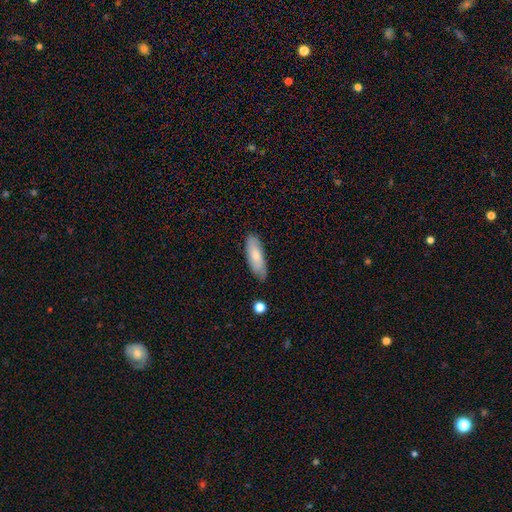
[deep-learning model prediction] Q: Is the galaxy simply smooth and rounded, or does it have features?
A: smooth — 73%.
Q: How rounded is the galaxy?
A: in between — 60%.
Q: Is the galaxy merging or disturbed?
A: none — 76%.